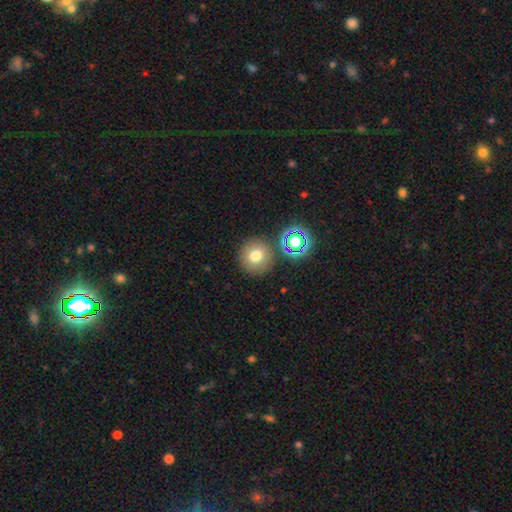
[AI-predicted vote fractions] Smooth or featured: smooth — 73% (star or artifact — 16%)
How rounded: round — 94% (in between — 5%)
Merging: none — 84% (minor disturbance — 7%)